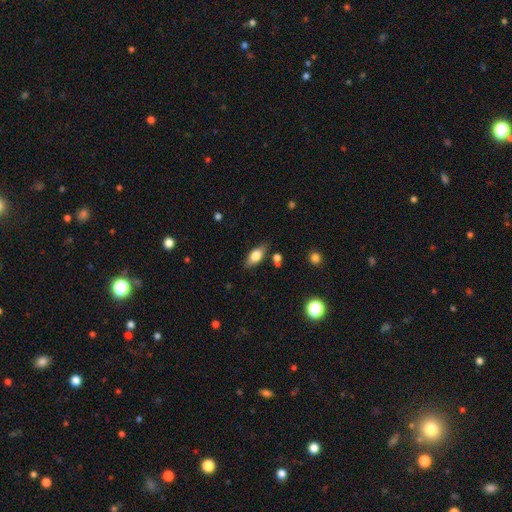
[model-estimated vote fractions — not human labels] Morphology: type=smooth (69%); roundness=in between (82%); merging=none (79%).